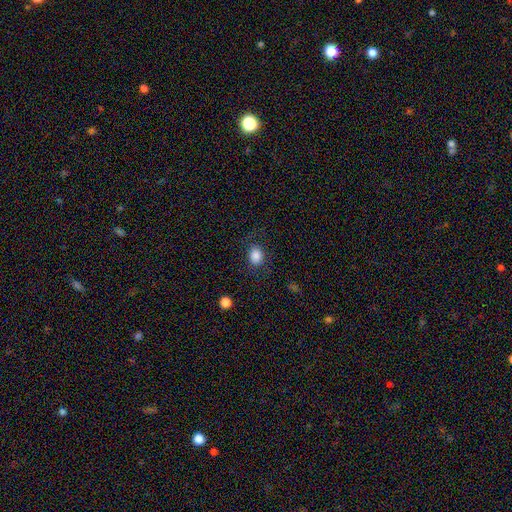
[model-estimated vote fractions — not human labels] Morphology: type=smooth (85%); roundness=in between (51%); merging=none (79%).